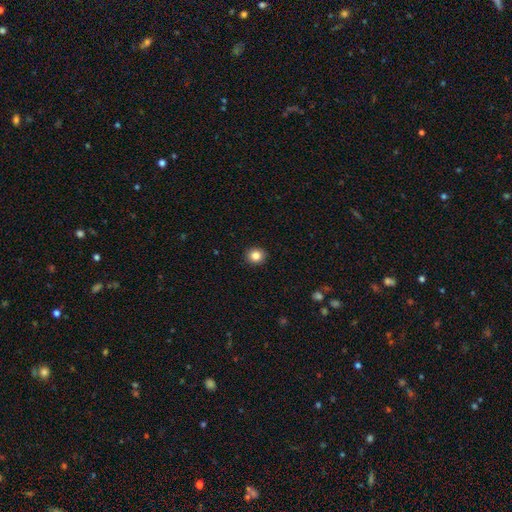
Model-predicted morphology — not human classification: smooth-or-featured: smooth: 85% | star or artifact: 10% | featured or disk: 5%
  how-rounded: round: 82% | in between: 17% | cigar-shaped: 1%
  merging: none: 92% | minor disturbance: 6% | major disturbance: 2% | merger: 1%